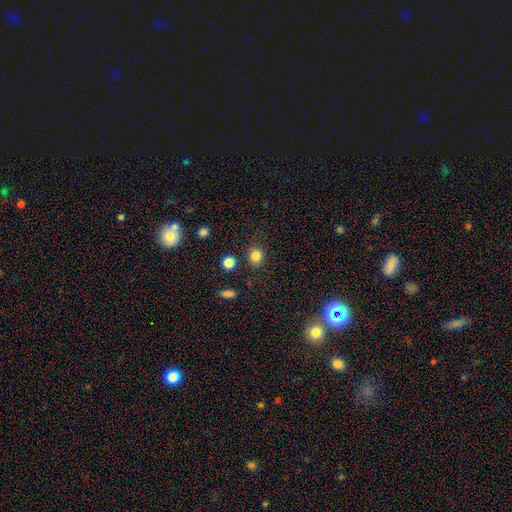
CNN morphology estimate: type=smooth (82%); roundness=round (73%); merging=none (85%).